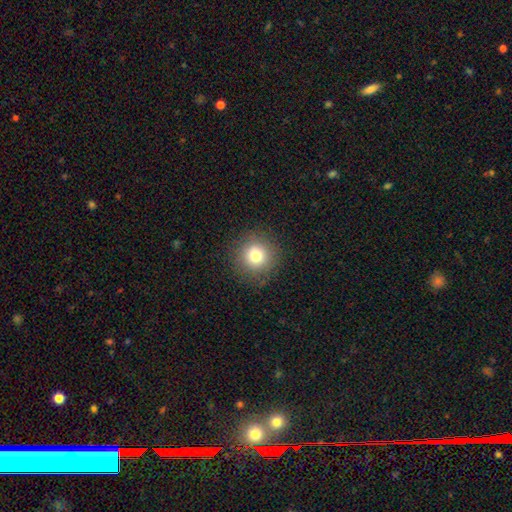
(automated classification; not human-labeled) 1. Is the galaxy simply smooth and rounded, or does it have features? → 77% smooth, 13% star or artifact, 10% featured or disk.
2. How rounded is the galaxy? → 95% round, 4% in between, 1% cigar-shaped.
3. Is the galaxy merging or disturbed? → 89% none, 7% minor disturbance, 3% major disturbance, 1% merger.